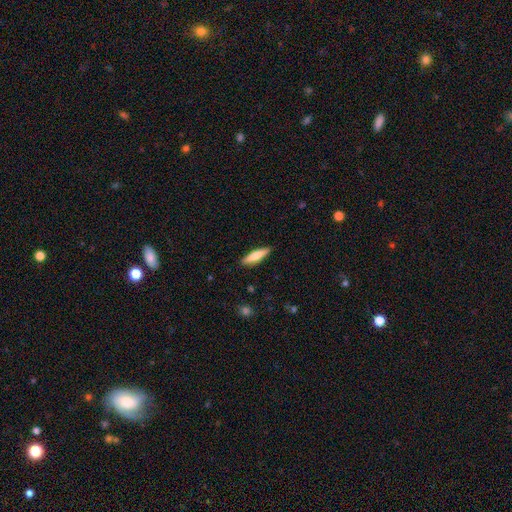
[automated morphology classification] smooth_or_featured: smooth (p=0.67) [alt: featured or disk p=0.28]
how_rounded: cigar-shaped (p=0.74) [alt: in between p=0.25]
merging: none (p=0.89) [alt: minor disturbance p=0.08]